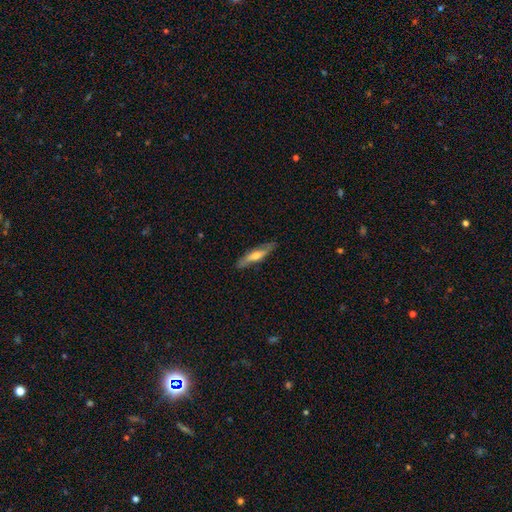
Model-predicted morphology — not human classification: The model was most divided on "smooth or featured": featured or disk: 49%, smooth: 45%, star or artifact: 6%. More confident: merging — none (81%).